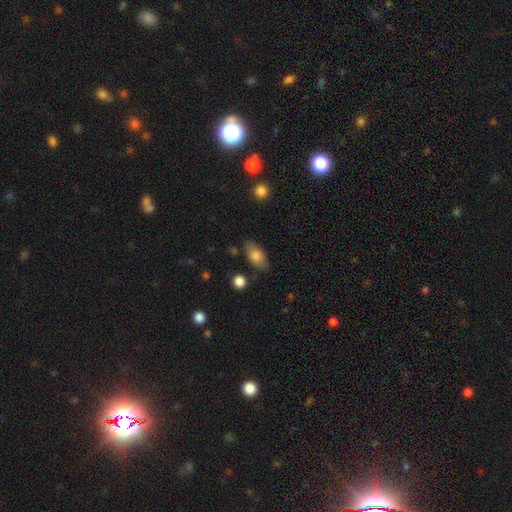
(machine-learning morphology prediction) Overall: smooth (79%). How rounded: in between (86%). Merging: none (78%).